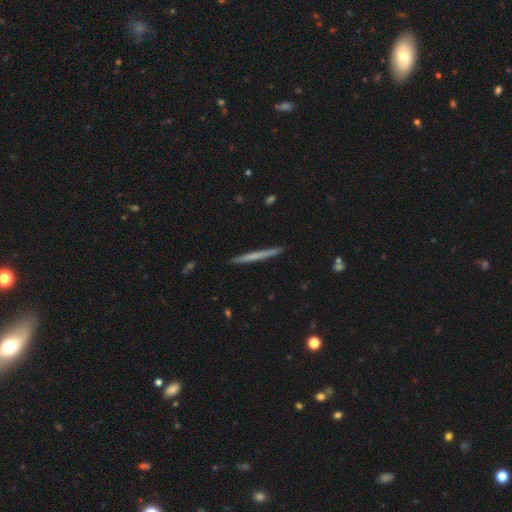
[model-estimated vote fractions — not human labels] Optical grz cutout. It shows a smooth galaxy with no disk features (52%) that is cigar-shaped (97%). Merging: none (92%).